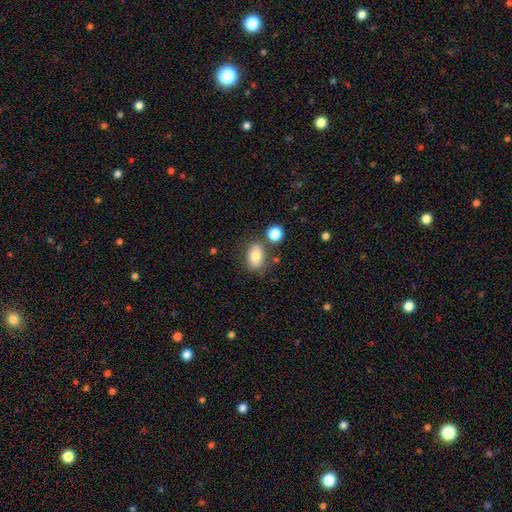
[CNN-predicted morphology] smooth 78%, featured or disk 13%, star or artifact 9%. Down the decision tree: how rounded — in between (84%); merging — none (69%).